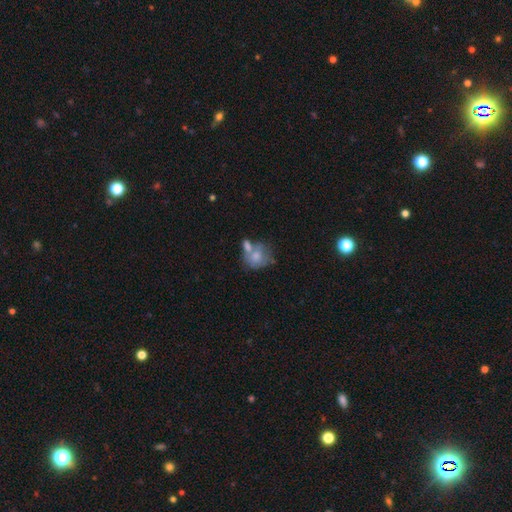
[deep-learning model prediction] Smooth or featured?
  - smooth: 65% *
  - featured or disk: 26%
  - star or artifact: 8%
How rounded?
  - round: 67% *
  - in between: 32%
  - cigar-shaped: 1%
Merging?
  - merger: 43% *
  - none: 32%
  - minor disturbance: 16%
  - major disturbance: 9%